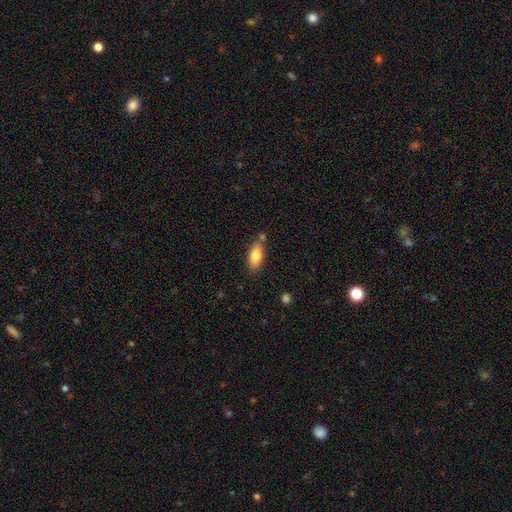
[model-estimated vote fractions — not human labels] Smooth or featured? smooth (81%)
How rounded? in between (85%)
Merging? none (72%)